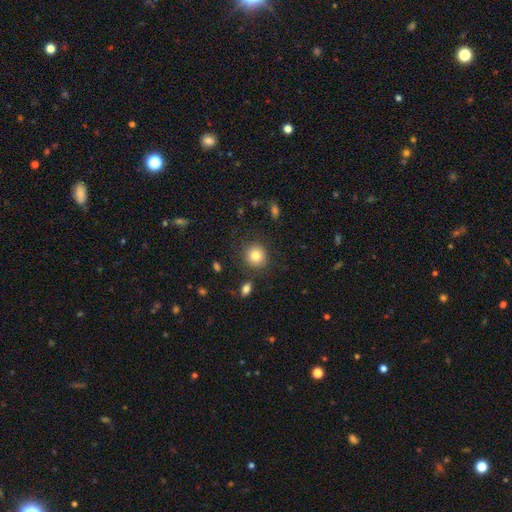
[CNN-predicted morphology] Smooth or featured?
  - smooth: 82% *
  - star or artifact: 10%
  - featured or disk: 8%
How rounded?
  - round: 88% *
  - in between: 11%
  - cigar-shaped: 1%
Merging?
  - none: 86% *
  - minor disturbance: 8%
  - major disturbance: 3%
  - merger: 3%